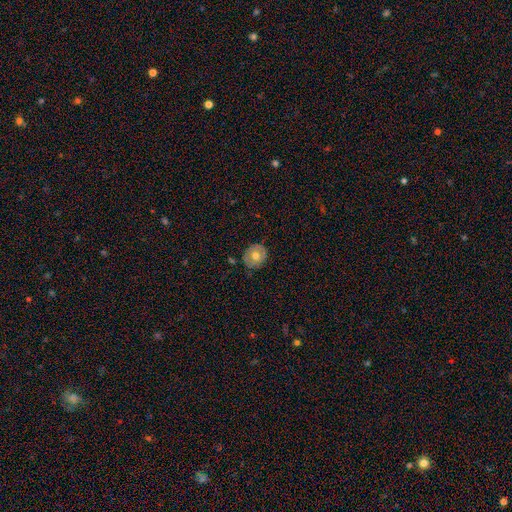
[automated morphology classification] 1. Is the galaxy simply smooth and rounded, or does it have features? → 61% smooth, 31% featured or disk, 8% star or artifact.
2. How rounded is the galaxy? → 75% round, 24% in between, 1% cigar-shaped.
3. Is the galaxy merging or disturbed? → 81% none, 15% minor disturbance, 3% major disturbance, 2% merger.